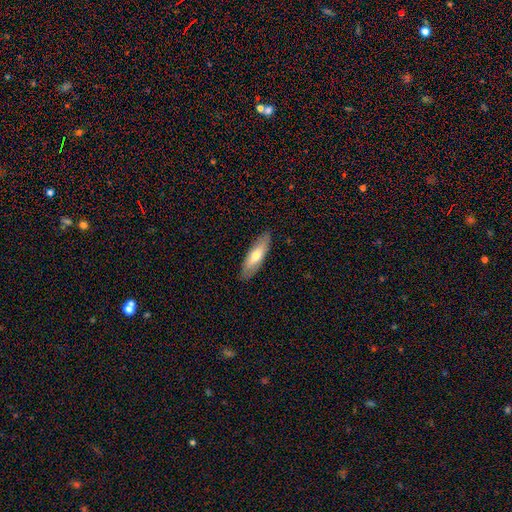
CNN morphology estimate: type=smooth (64%); roundness=cigar-shaped (50%); merging=none (87%).